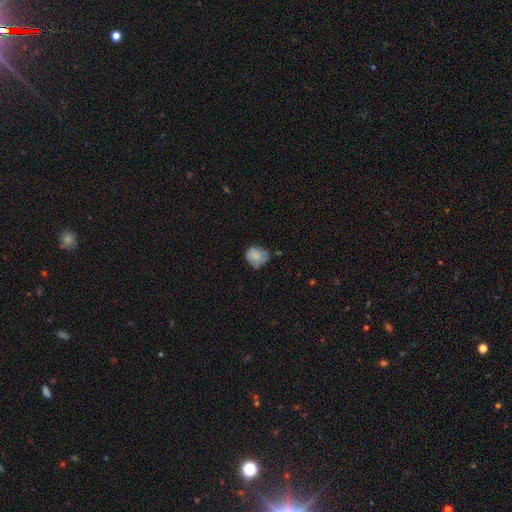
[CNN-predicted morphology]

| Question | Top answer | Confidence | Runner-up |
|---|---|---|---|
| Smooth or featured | smooth | 75% | featured or disk (16%) |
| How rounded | round | 62% | in between (37%) |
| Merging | none | 47% | minor disturbance (37%) |